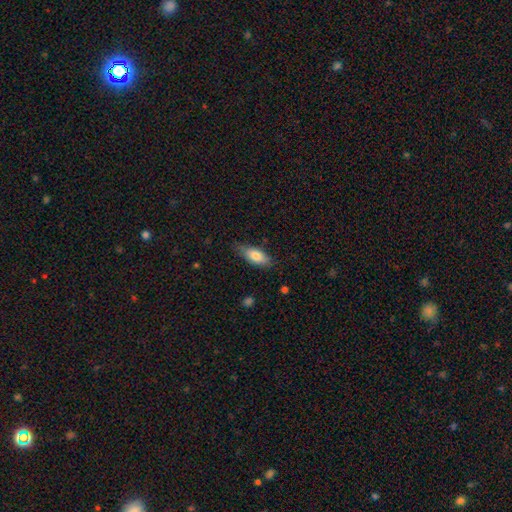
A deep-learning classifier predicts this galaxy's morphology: The model was most divided on "merging": none: 70%, minor disturbance: 24%, major disturbance: 4%, merger: 1%. More confident: how rounded — in between (81%); smooth or featured — smooth (78%).